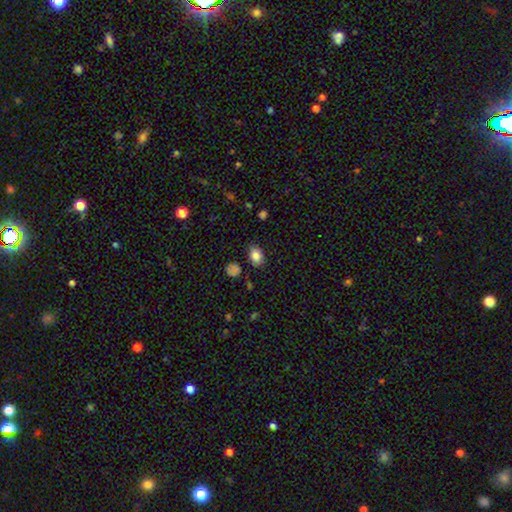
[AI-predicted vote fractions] Overall: smooth (84%). How rounded: in between (76%). Merging: none (78%).